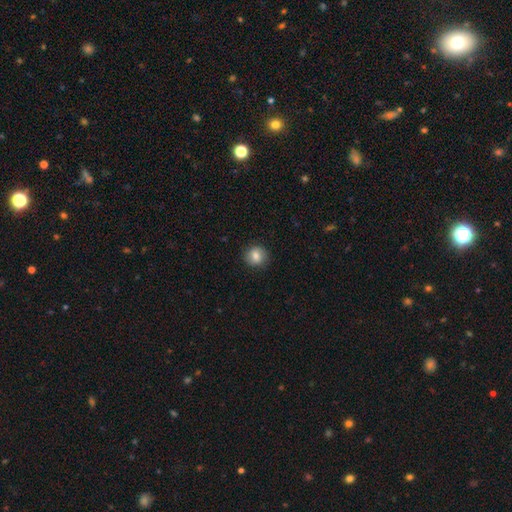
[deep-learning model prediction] Morphology: type=smooth (82%); roundness=round (83%); merging=none (88%).